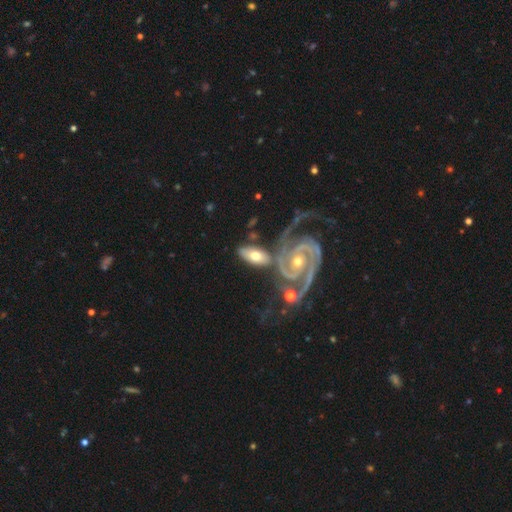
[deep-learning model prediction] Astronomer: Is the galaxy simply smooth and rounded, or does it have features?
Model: featured or disk — 60%.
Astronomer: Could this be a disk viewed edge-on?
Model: no — 91%.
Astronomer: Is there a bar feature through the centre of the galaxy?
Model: no — 66%.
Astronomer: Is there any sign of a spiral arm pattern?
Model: yes — 92%.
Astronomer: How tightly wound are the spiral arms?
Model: tight — 62%.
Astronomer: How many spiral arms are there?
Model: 2 — 67%.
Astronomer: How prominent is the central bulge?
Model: moderate — 58% (runner-up: small, 33%).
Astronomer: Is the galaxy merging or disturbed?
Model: none — 54%.